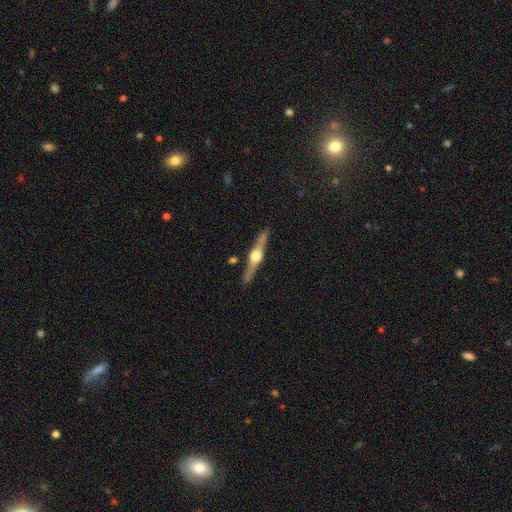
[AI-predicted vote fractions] Smooth or featured?
  - featured or disk: 80% *
  - smooth: 15%
  - star or artifact: 5%
Edge-on disk?
  - yes: 98% *
  - no: 2%
Edge-on bulge?
  - rounded: 96% *
  - boxy: 3%
  - none: 1%
Merging?
  - none: 90% *
  - minor disturbance: 7%
  - merger: 2%
  - major disturbance: 2%